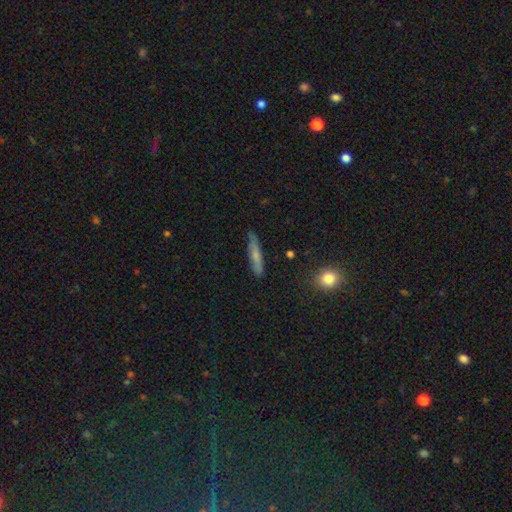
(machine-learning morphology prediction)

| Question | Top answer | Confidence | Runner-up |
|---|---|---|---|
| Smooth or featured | smooth | 65% | featured or disk (28%) |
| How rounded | cigar-shaped | 87% | in between (10%) |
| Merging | none | 80% | minor disturbance (16%) |